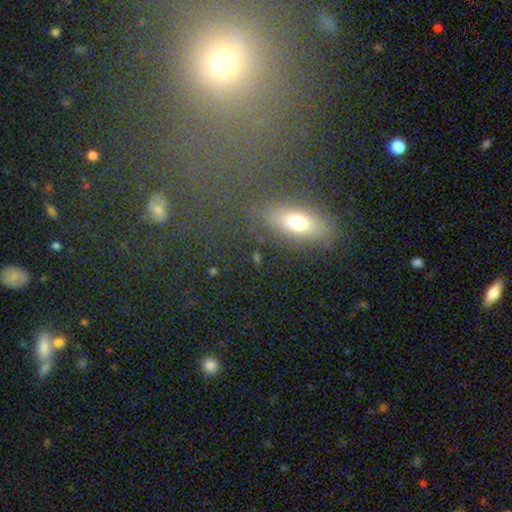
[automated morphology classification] smooth 60%, featured or disk 20%, star or artifact 20%. Down the decision tree: how rounded — in between (69%); merging — none (82%).